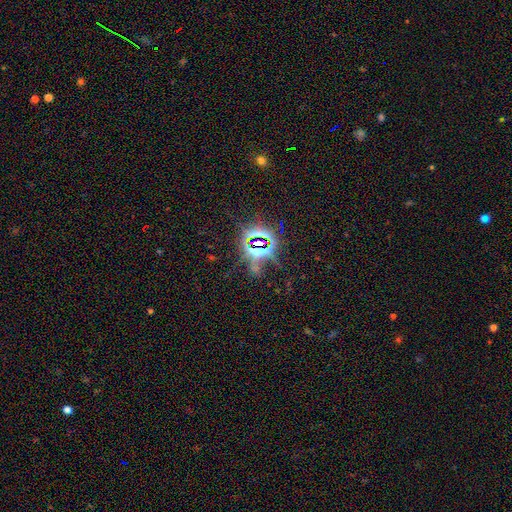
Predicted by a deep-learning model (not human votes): smooth_or_featured: star or artifact (p=0.82) [alt: smooth p=0.10]